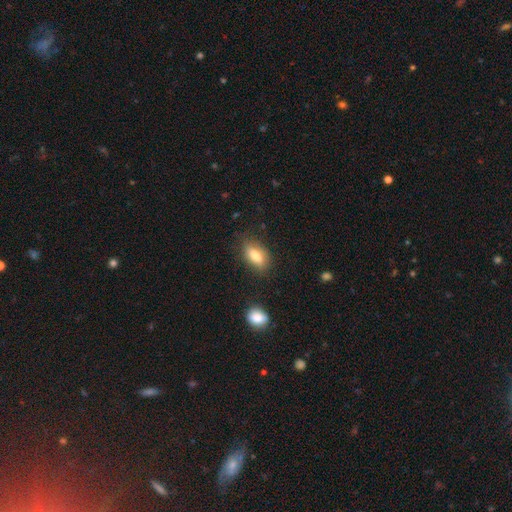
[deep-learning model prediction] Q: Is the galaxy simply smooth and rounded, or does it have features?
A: smooth — 79%.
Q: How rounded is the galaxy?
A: in between — 84%.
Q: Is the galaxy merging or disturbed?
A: none — 77%.